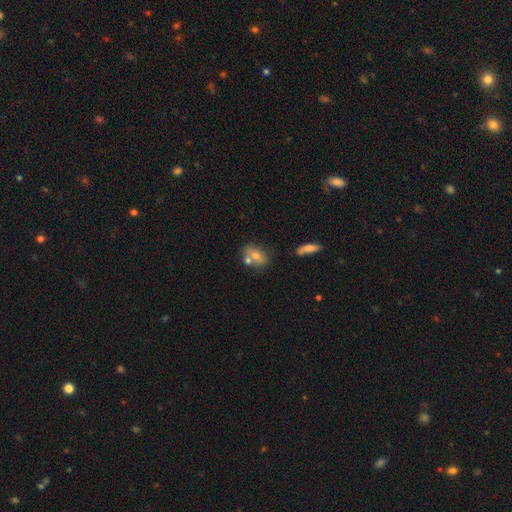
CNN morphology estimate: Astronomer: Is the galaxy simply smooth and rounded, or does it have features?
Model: smooth — 63%.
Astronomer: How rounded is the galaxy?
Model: in between — 72%.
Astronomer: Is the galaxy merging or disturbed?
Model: none — 53%.